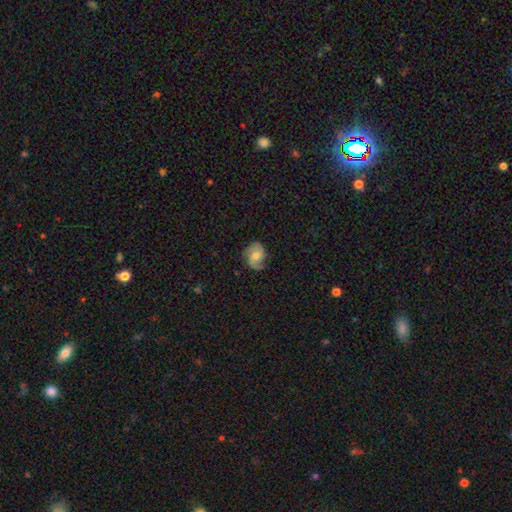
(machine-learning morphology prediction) This appears to be a featured or disk galaxy (64%) with no bar (66%), 2 (82%) medium (45%) spiral arms (93%) and a moderate central bulge (60%). Merging: none (72%).